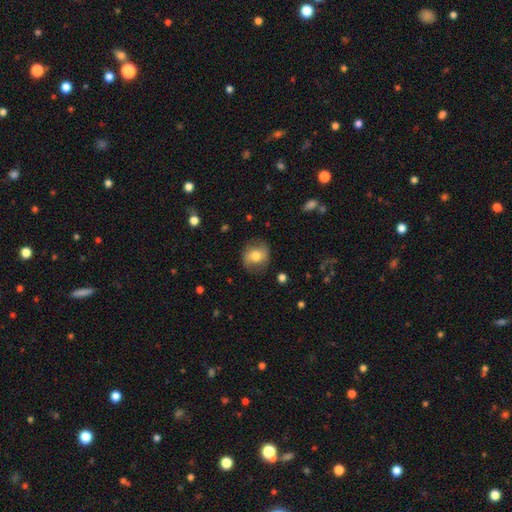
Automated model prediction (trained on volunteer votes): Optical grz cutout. It shows a smooth galaxy with no disk features (63%) that is round (73%). Merging: none (81%).